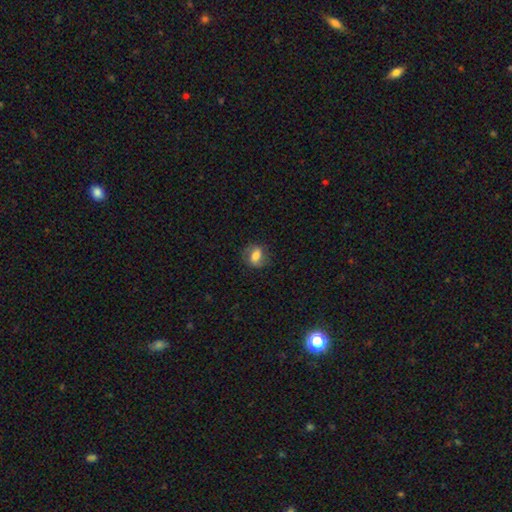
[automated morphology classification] This is likely a smooth galaxy (64%). How rounded: likely in between (62%). Merging: likely none (76%).